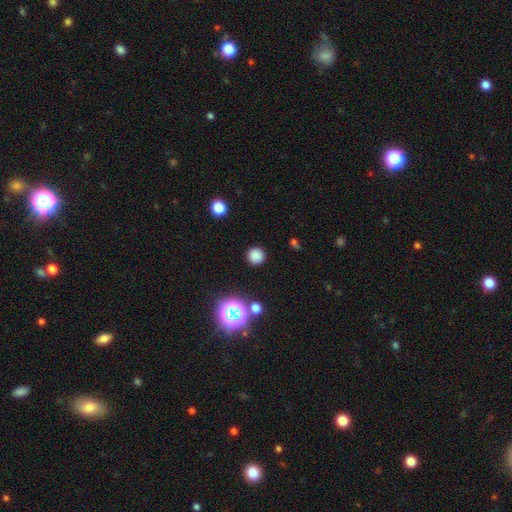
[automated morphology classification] smooth_or_featured: smooth (p=0.79) [alt: star or artifact p=0.16]
how_rounded: round (p=0.93) [alt: in between p=0.06]
merging: none (p=0.88) [alt: minor disturbance p=0.07]